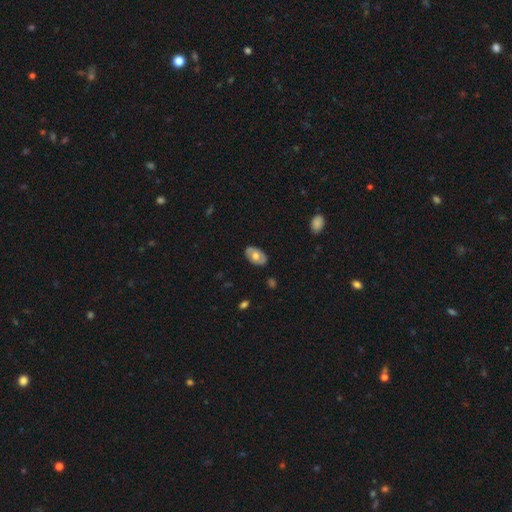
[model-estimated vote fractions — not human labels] Smooth or featured: smooth — 58% (featured or disk — 36%)
How rounded: in between — 90% (round — 9%)
Merging: none — 84% (minor disturbance — 13%)